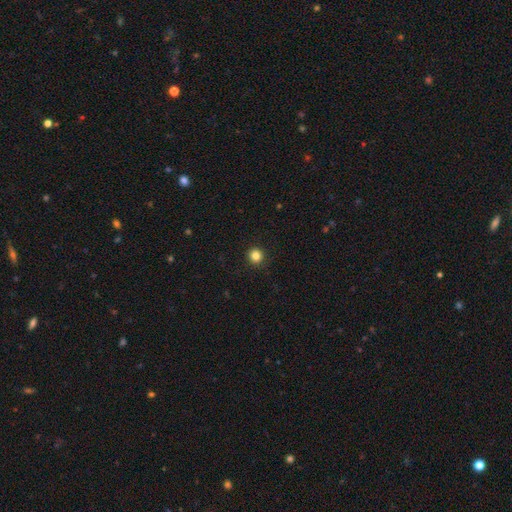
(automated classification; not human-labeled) This is clearly a smooth galaxy (84%). How rounded: clearly round (95%). Merging: clearly none (92%).